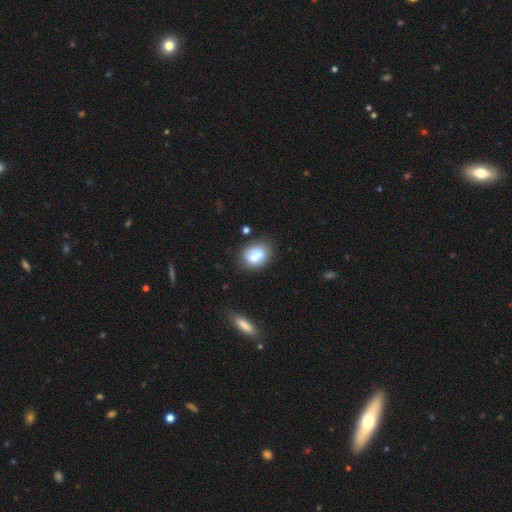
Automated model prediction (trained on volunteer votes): Smooth or featured? smooth (73%)
How rounded? in between (59%)
Merging? none (55%)